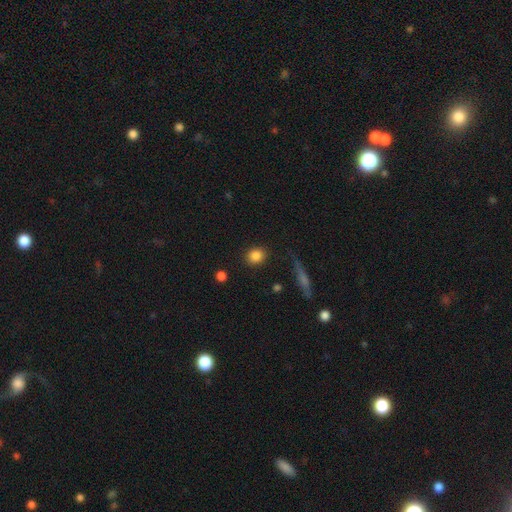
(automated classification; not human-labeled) This is clearly a smooth galaxy (85%). How rounded: likely round (71%). Merging: clearly none (87%).